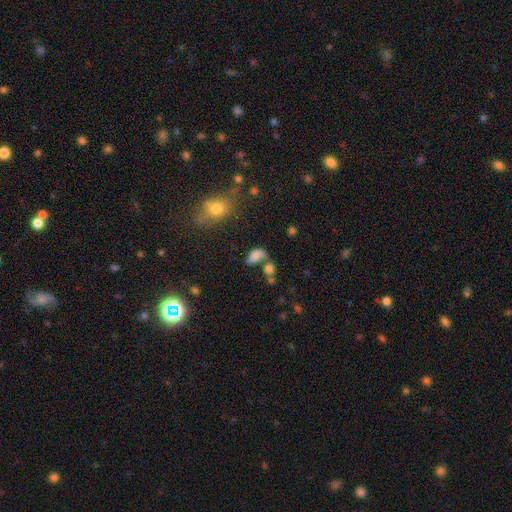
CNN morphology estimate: A smooth galaxy with no disk features (74%) that is in between round and cigar-shaped (87%).

Vote fractions:
- Smooth or featured? smooth: 74% / featured or disk: 13% / star or artifact: 13%
- How rounded? in between: 87% / round: 10% / cigar-shaped: 3%
- Merging? none: 36% / merger: 31% / minor disturbance: 19% / major disturbance: 13%